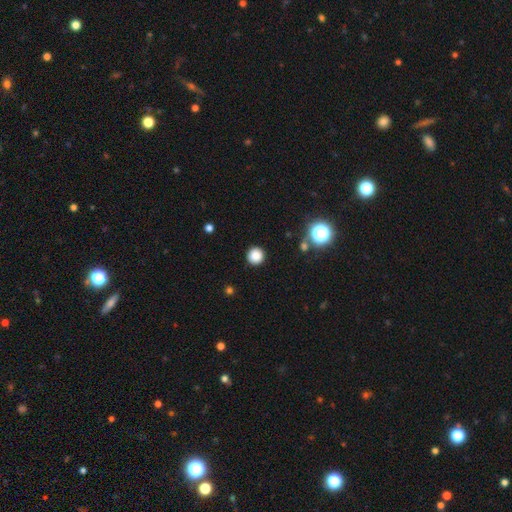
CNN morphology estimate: The model was most divided on "smooth or featured": smooth: 84%, star or artifact: 12%, featured or disk: 4%. More confident: how rounded — round (96%); merging — none (92%).